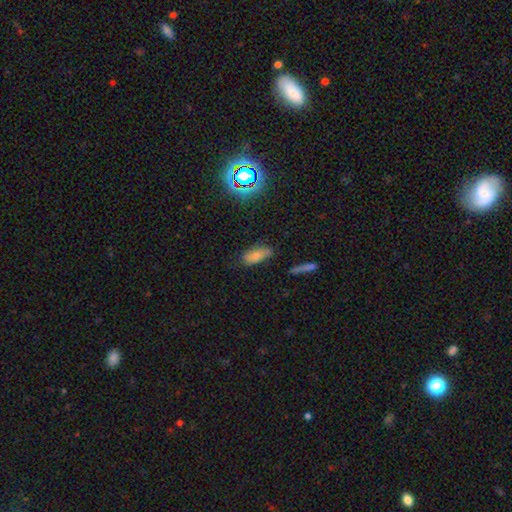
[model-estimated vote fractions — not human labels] Smooth or featured?
  - smooth: 72% *
  - featured or disk: 14%
  - star or artifact: 14%
How rounded?
  - in between: 85% *
  - cigar-shaped: 12%
  - round: 3%
Merging?
  - none: 68% *
  - minor disturbance: 23%
  - major disturbance: 6%
  - merger: 4%